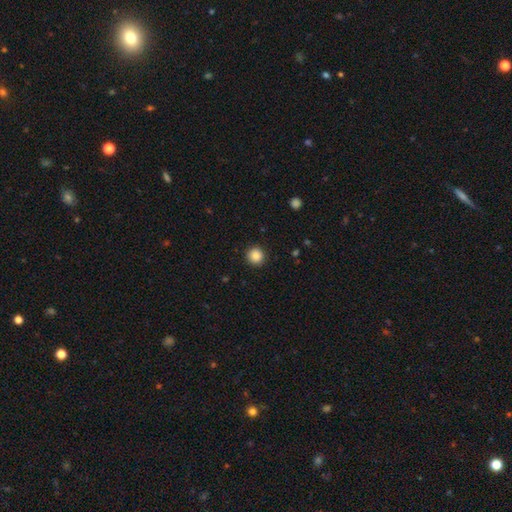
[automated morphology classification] Overall: smooth (86%). How rounded: round (95%). Merging: none (93%).